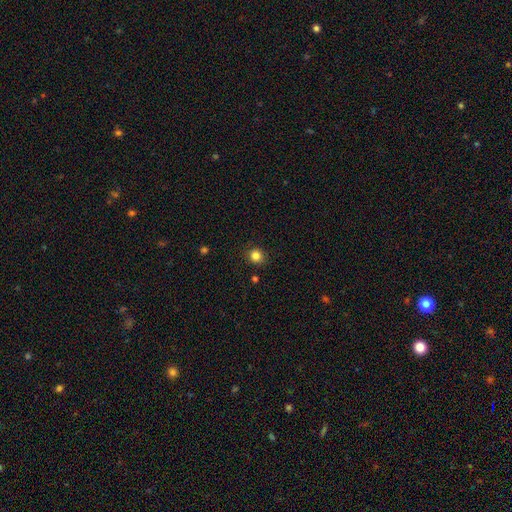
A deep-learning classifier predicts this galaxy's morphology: Q: Smooth or featured?
A: smooth (84%); runner-up: star or artifact (12%)
Q: How rounded?
A: round (88%); runner-up: in between (11%)
Q: Merging?
A: none (88%); runner-up: minor disturbance (8%)